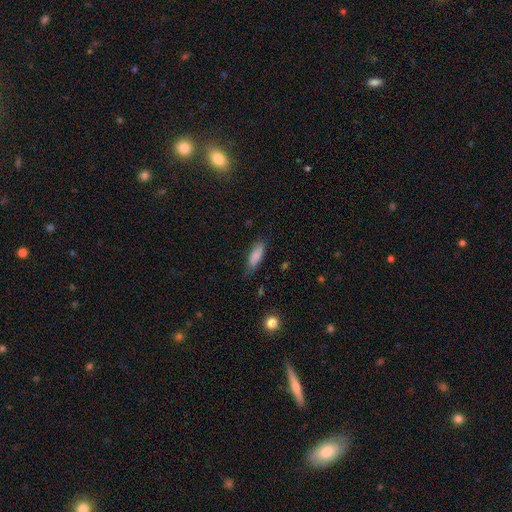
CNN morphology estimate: Overall: smooth (84%). How rounded: in between (63%; cigar-shaped 35%). Merging: none (70%).